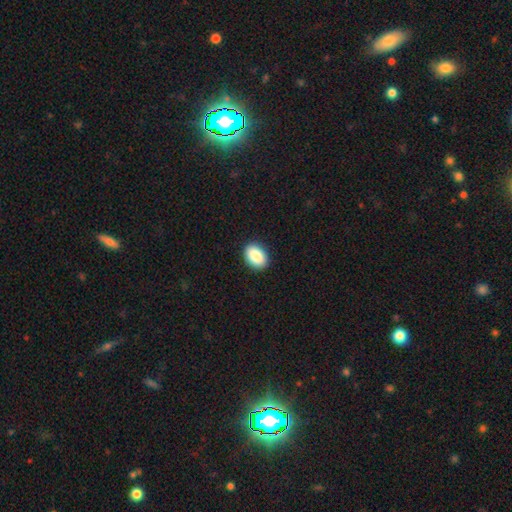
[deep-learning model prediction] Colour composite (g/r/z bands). It shows a smooth galaxy with no disk features (89%) that is in between round and cigar-shaped (85%). Merging: none (90%).